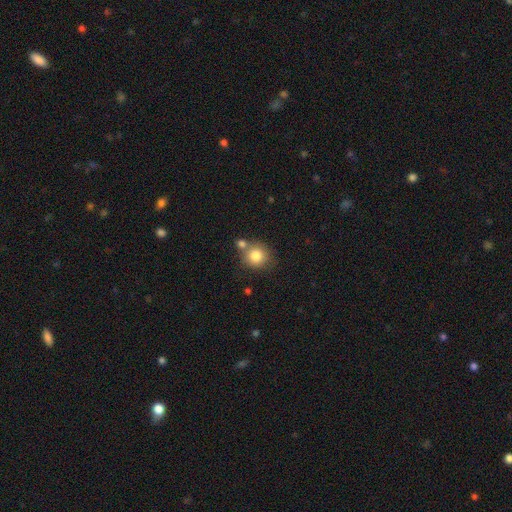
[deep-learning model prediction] This appears to be a smooth galaxy with no disk features (81%) that is round (88%). Merging: none (61%).